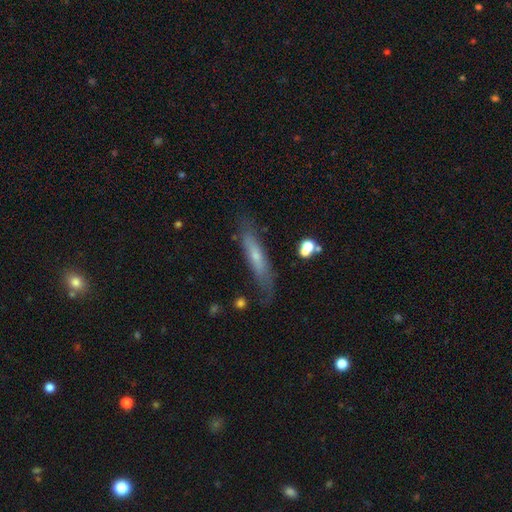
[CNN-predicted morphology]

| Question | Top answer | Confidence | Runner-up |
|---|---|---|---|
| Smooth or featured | smooth | 46% | tied: featured or disk (46%) |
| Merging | none | 69% | minor disturbance (21%) |